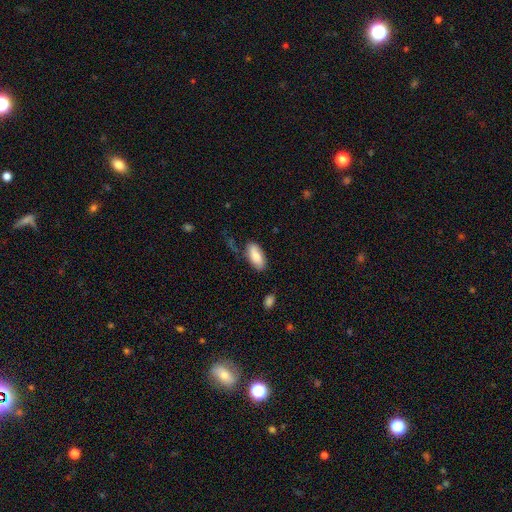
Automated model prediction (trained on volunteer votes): Smooth or featured: smooth — 80% (featured or disk — 13%)
How rounded: in between — 91% (cigar-shaped — 7%)
Merging: none — 67% (minor disturbance — 23%)